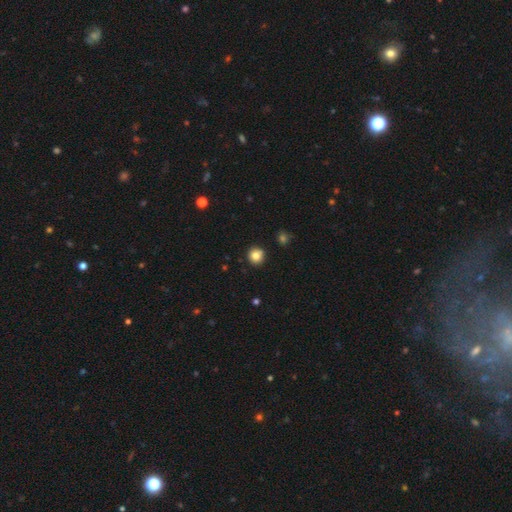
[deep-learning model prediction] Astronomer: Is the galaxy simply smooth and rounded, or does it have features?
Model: smooth — 82%.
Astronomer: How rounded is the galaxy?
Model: round — 93%.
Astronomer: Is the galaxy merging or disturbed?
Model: none — 89%.